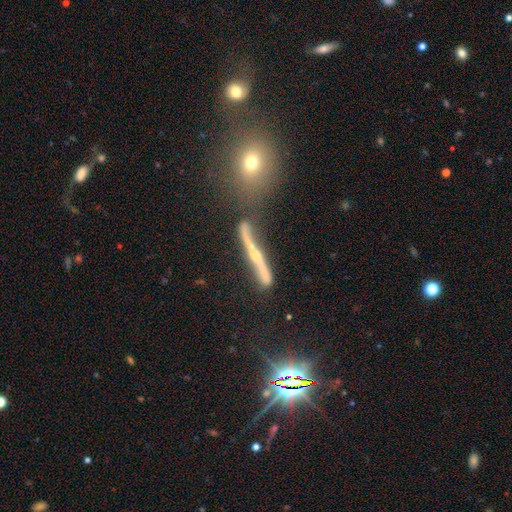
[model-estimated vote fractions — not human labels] Smooth or featured? Predicted: featured or disk (p=0.78). Edge-on disk? Predicted: yes (p=0.83). Edge-on bulge? Predicted: rounded (p=0.76). Merging? Predicted: none (p=0.62).